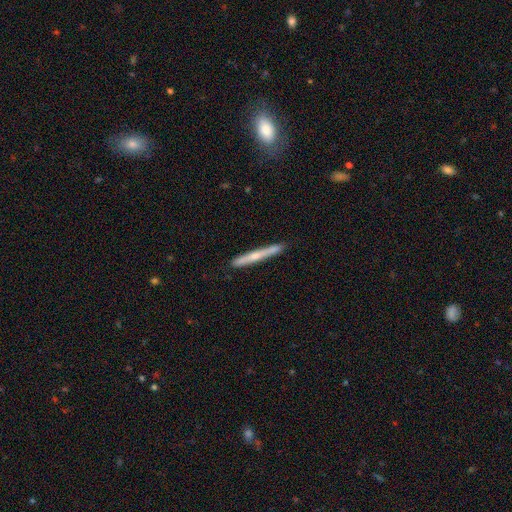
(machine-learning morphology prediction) A featured or disk galaxy (53%) viewed edge-on (96%) with a rounded central bulge (60%). Merging: none (87%).